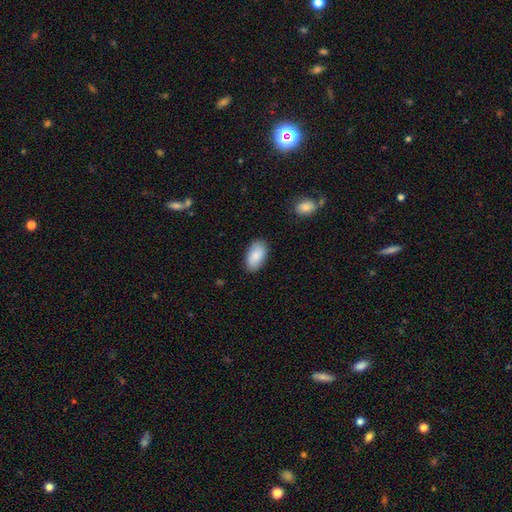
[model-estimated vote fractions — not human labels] Overall: smooth (85%). How rounded: in between (95%). Merging: none (84%).